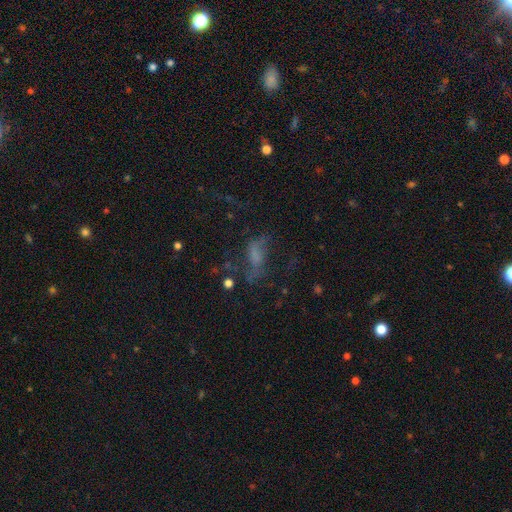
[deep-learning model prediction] This is possibly a featured or disk galaxy (45%). Merging: marginally none (41%).